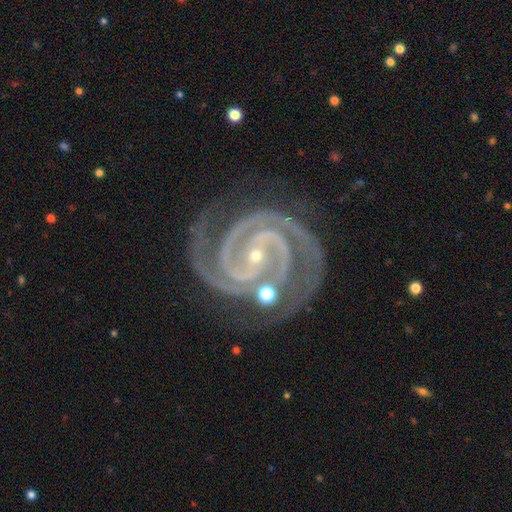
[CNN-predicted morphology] Smooth or featured? featured or disk (94%)
Edge-on disk? no (98%)
Bar? strong (36%)
Spiral arms? yes (99%)
Spiral winding? tight (78%)
Spiral arm count? 2 (71%)
Bulge size? small (86%)
Merging? none (70%)